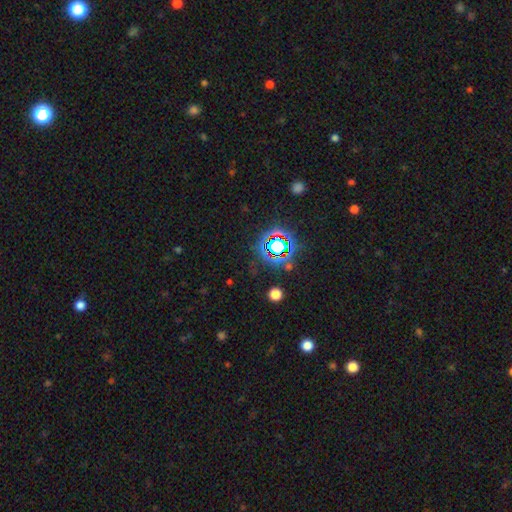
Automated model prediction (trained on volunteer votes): Smooth or featured? star or artifact (77%)